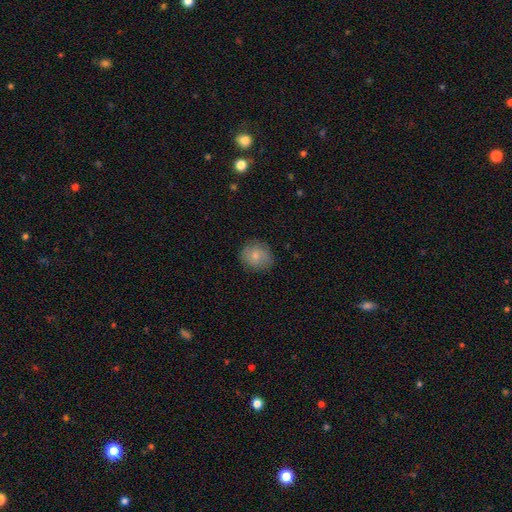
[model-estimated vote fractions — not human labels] smooth 75%, featured or disk 18%, star or artifact 8%. Down the decision tree: how rounded — round (79%); merging — none (81%).